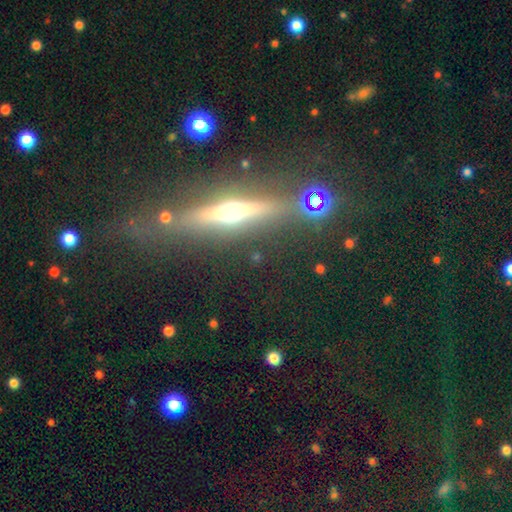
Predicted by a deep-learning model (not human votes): smooth_or_featured: featured or disk (p=0.70) [alt: smooth p=0.17]
disk_edge_on: yes (p=0.94) [alt: no p=0.06]
edge_on_bulge: rounded (p=0.92) [alt: boxy p=0.04]
merging: none (p=0.78) [alt: minor disturbance p=0.12]